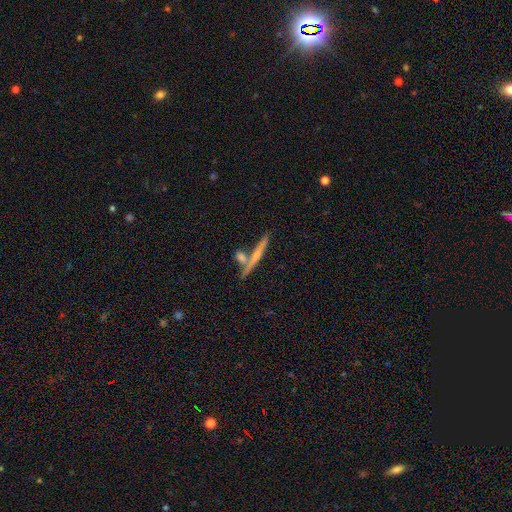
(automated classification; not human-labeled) Morphology: type=featured or disk (52%); edge-on=yes (94%); merging=none (68%).